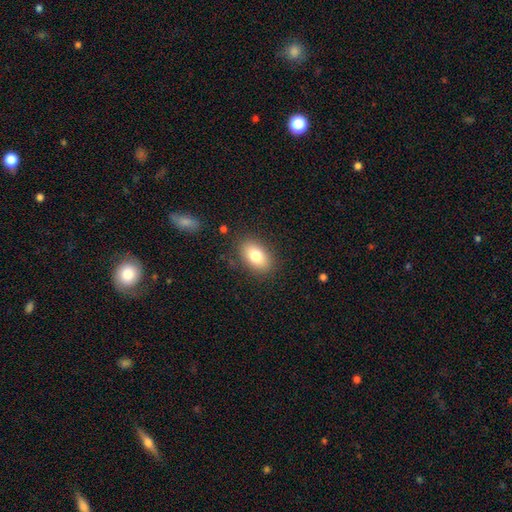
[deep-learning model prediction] Smooth or featured? Predicted: smooth (p=0.80). How rounded? Predicted: in between (p=0.89). Merging? Predicted: none (p=0.84).